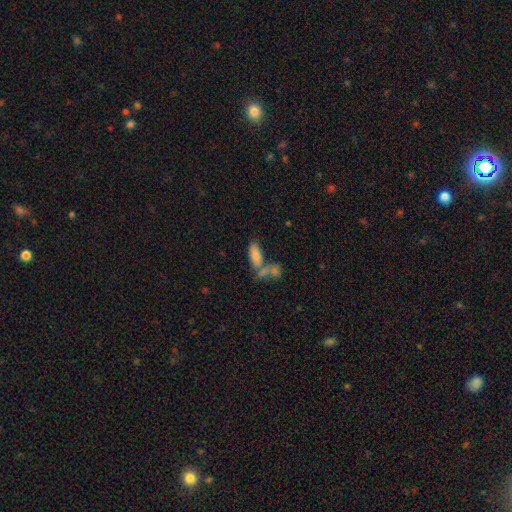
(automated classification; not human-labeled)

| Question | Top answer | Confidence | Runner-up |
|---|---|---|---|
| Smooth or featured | smooth | 80% | featured or disk (11%) |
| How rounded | in between | 81% | cigar-shaped (16%) |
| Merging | merger | 43% | none (40%) |